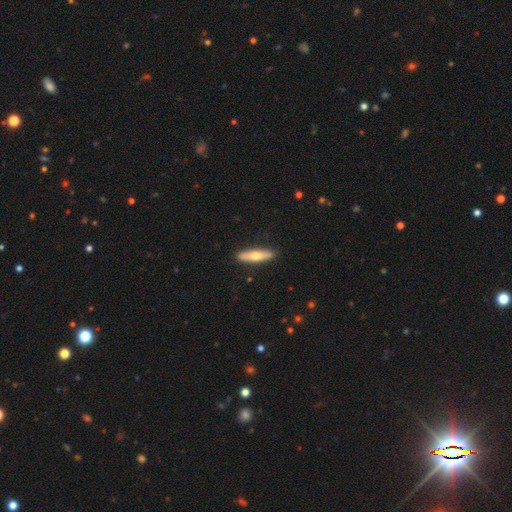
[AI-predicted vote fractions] smooth-or-featured: smooth: 59% | featured or disk: 35% | star or artifact: 5%
  how-rounded: cigar-shaped: 77% | in between: 21% | round: 2%
  merging: none: 90% | minor disturbance: 7% | major disturbance: 2% | merger: 1%